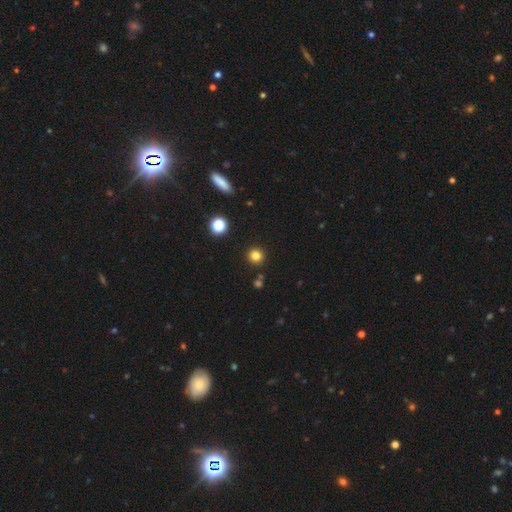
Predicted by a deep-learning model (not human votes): Smooth or featured?
  - smooth: 80% *
  - star or artifact: 15%
  - featured or disk: 5%
How rounded?
  - round: 94% *
  - in between: 5%
  - cigar-shaped: 1%
Merging?
  - none: 90% *
  - minor disturbance: 5%
  - merger: 3%
  - major disturbance: 2%